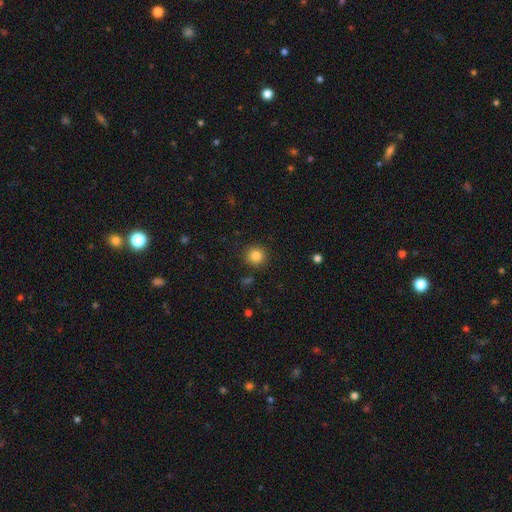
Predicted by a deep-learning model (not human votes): Q: Smooth or featured?
A: smooth (84%); runner-up: star or artifact (11%)
Q: How rounded?
A: round (93%); runner-up: in between (6%)
Q: Merging?
A: none (89%); runner-up: minor disturbance (7%)